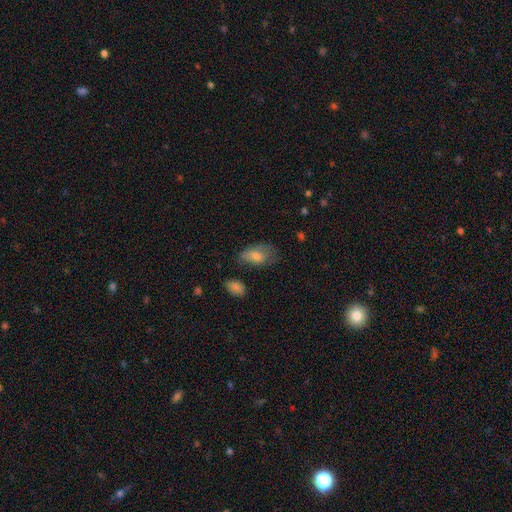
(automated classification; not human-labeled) smooth_or_featured: smooth (p=0.66) [alt: featured or disk p=0.23]
how_rounded: in between (p=0.90) [alt: round p=0.07]
merging: none (p=0.56) [alt: minor disturbance p=0.28]